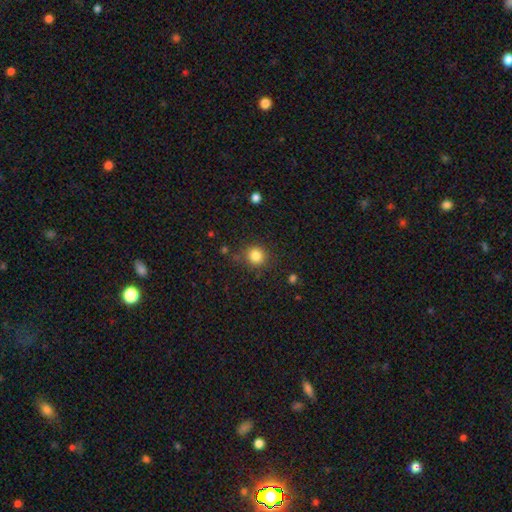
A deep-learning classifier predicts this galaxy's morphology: This is clearly a smooth galaxy (83%). How rounded: clearly round (86%). Merging: clearly none (82%).